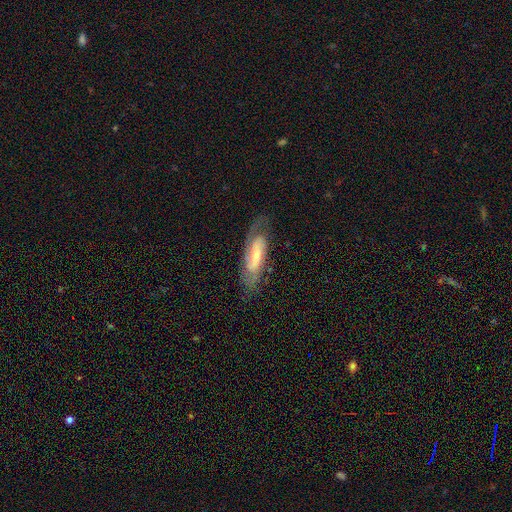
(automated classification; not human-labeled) Morphology: type=featured or disk (76%); edge-on=no (86%); bar=weak (40%, tied with no); spiral arms=yes (92%); winding=medium (44%); arm count=2 (69%); bulge=small (52%); merging=none (71%).